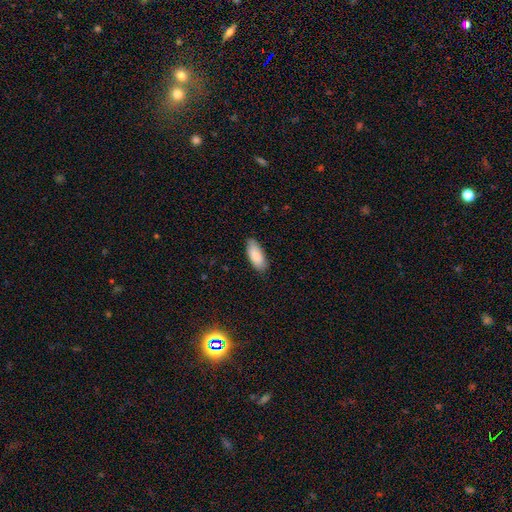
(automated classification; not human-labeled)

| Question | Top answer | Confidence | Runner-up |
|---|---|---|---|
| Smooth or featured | smooth | 88% | featured or disk (7%) |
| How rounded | in between | 83% | cigar-shaped (16%) |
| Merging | none | 83% | minor disturbance (14%) |